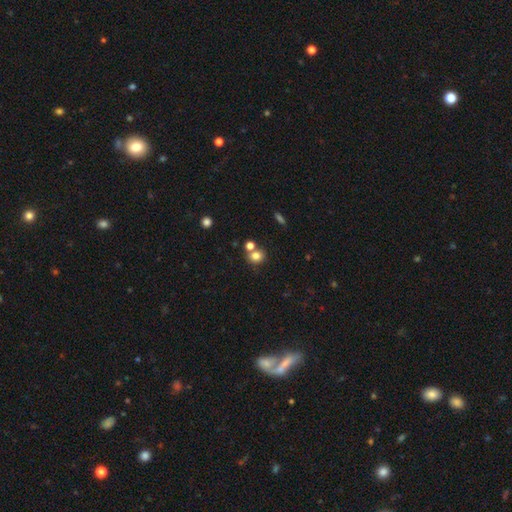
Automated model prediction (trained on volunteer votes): Smooth or featured: smooth — 79% (star or artifact — 12%)
How rounded: round — 74% (in between — 25%)
Merging: none — 58% (merger — 30%)